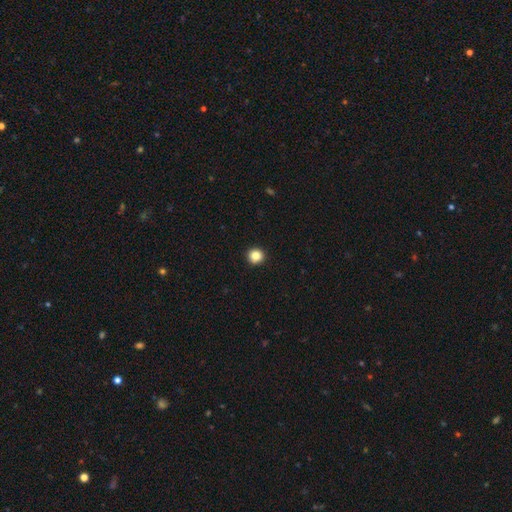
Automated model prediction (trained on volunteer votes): Morphology: type=smooth (85%); roundness=round (95%); merging=none (94%).